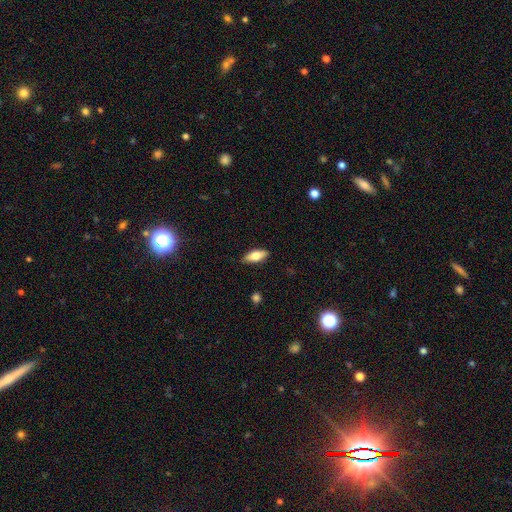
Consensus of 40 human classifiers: Morphology: type=smooth (70%); roundness=in between (79%); merging=none (92%).